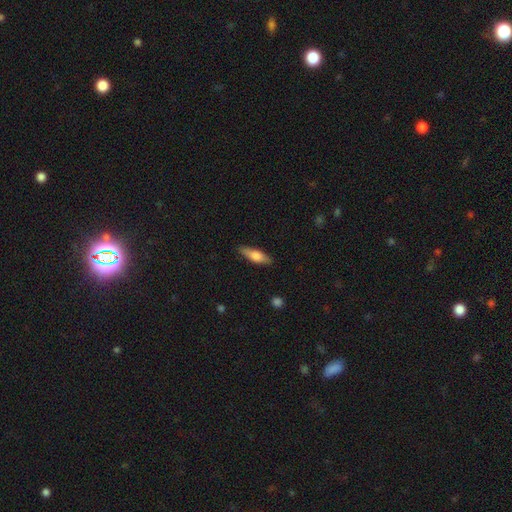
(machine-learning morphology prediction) Q: Smooth or featured?
A: smooth (66%); runner-up: featured or disk (28%)
Q: How rounded?
A: cigar-shaped (53%); runner-up: in between (44%)
Q: Merging?
A: none (85%); runner-up: minor disturbance (11%)